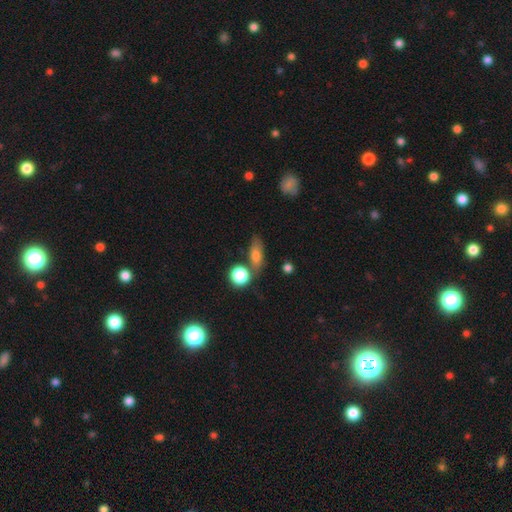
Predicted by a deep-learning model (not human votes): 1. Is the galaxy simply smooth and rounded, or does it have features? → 73% smooth, 15% featured or disk, 12% star or artifact.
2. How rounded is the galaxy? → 63% in between, 20% cigar-shaped, 17% round.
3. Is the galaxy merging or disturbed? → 62% none, 18% minor disturbance, 14% merger, 6% major disturbance.